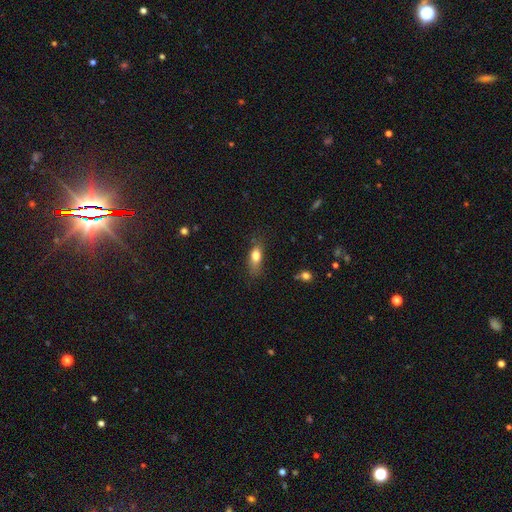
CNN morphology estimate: smooth_or_featured: smooth (p=0.76) [alt: featured or disk p=0.15]
how_rounded: in between (p=0.70) [alt: cigar-shaped p=0.23]
merging: none (p=0.67) [alt: minor disturbance p=0.23]